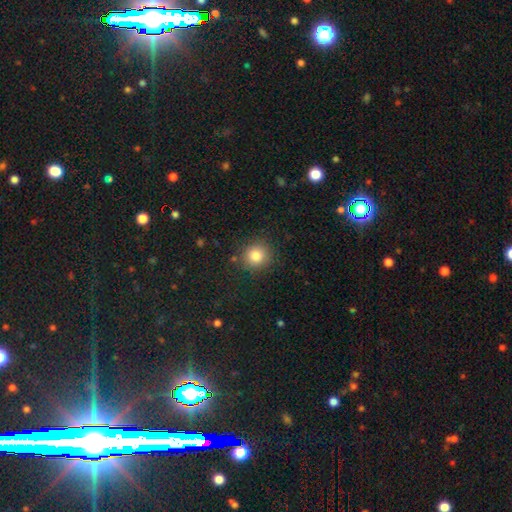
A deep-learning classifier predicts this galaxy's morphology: type=smooth (83%); roundness=round (89%); merging=none (87%).